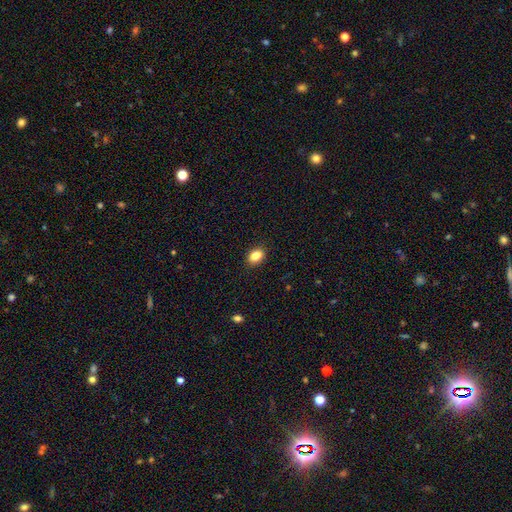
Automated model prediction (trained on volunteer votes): smooth_or_featured: smooth (p=0.84) [alt: star or artifact p=0.10]
how_rounded: in between (p=0.67) [alt: round p=0.32]
merging: none (p=0.90) [alt: minor disturbance p=0.07]